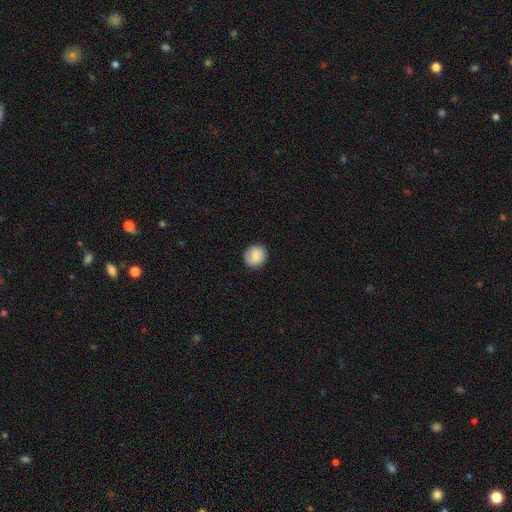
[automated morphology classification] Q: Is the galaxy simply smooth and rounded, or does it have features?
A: smooth — 83%.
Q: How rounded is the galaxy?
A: round — 89%.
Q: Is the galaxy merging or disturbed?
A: none — 89%.